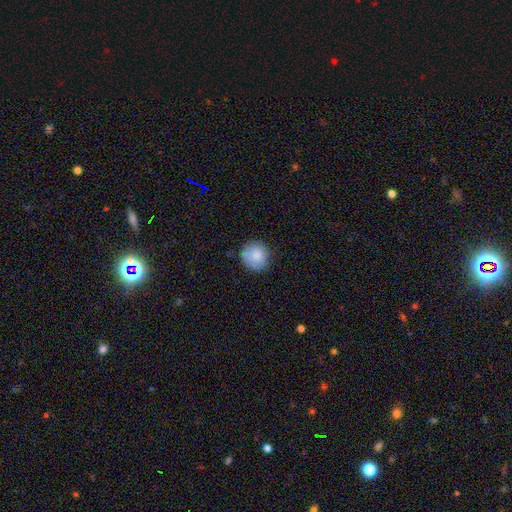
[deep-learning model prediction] This is clearly a smooth galaxy (82%). How rounded: clearly round (91%). Merging: clearly none (80%).